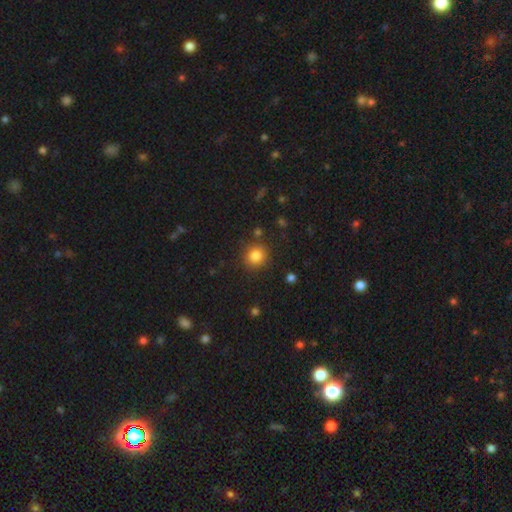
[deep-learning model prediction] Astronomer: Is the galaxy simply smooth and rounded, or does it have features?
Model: smooth — 84%.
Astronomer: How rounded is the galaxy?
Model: round — 89%.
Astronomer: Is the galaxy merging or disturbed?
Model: none — 87%.